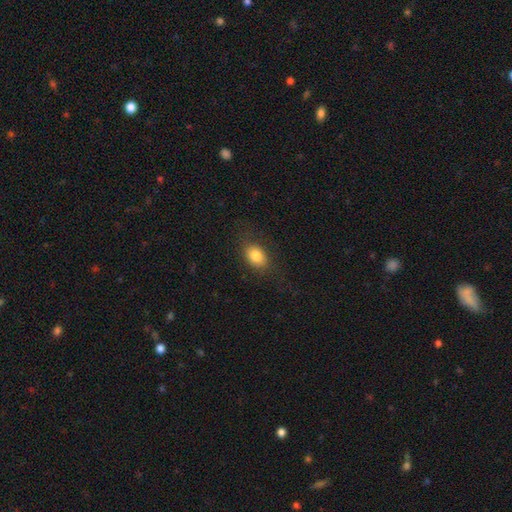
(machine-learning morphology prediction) This appears to be a smooth galaxy with no disk features (82%) that is in between round and cigar-shaped (77%). Merging: none (79%).